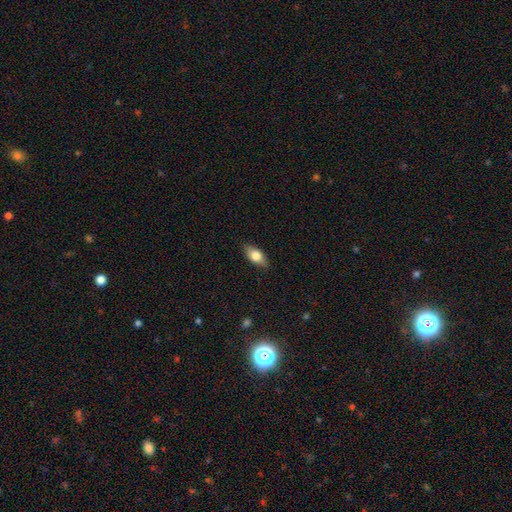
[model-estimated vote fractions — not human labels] smooth-or-featured: smooth: 74% | featured or disk: 19% | star or artifact: 7%
  how-rounded: in between: 86% | cigar-shaped: 9% | round: 5%
  merging: none: 85% | minor disturbance: 12% | major disturbance: 2% | merger: 1%